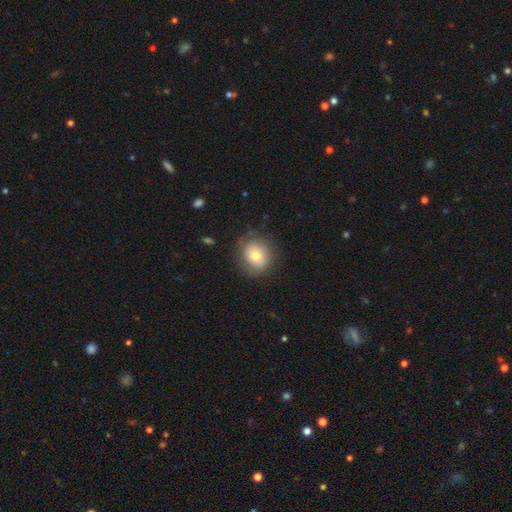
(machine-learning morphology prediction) Overall: smooth (70%). How rounded: round (77%). Merging: none (79%).